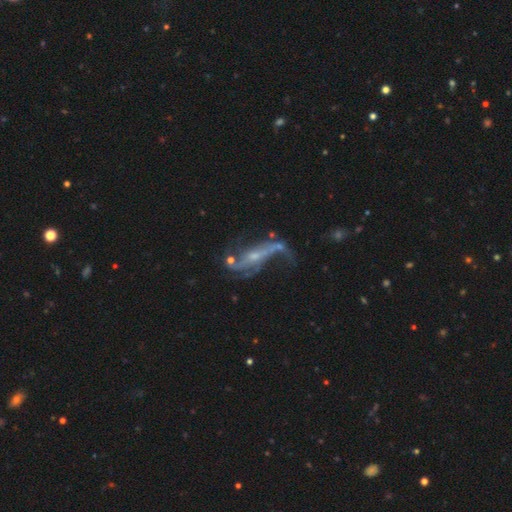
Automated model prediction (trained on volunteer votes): featured or disk 77%, smooth 13%, star or artifact 10%. Down the decision tree: edge-on disk — no (72%); bar — no (48%); spiral arms — yes (74%); bulge size — small (64%); merging — major disturbance (34%).